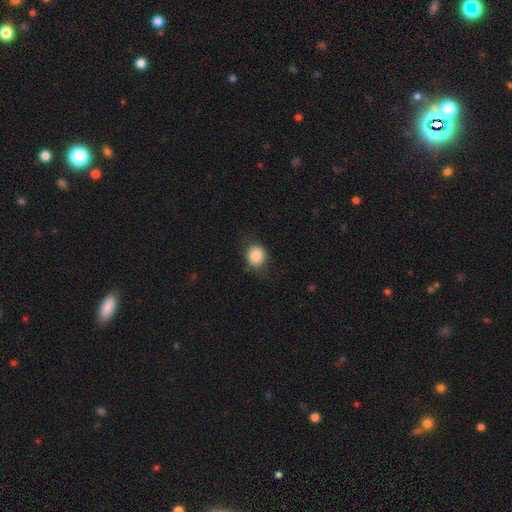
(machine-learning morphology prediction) A smooth galaxy with no disk features (84%) that is round (79%). Merging: none (78%).